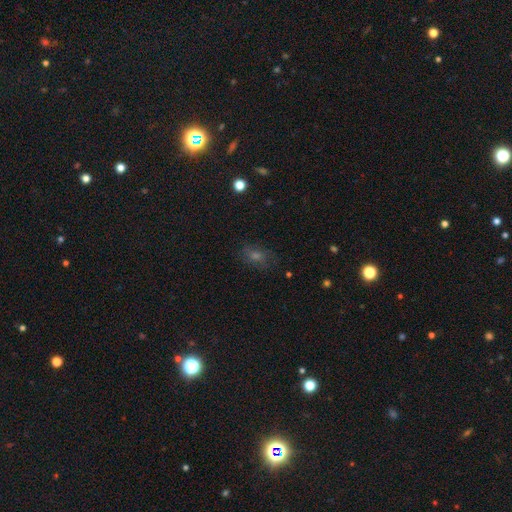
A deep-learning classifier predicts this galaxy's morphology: This appears to be a smooth galaxy with no disk features (41%). Merging: none (76%).